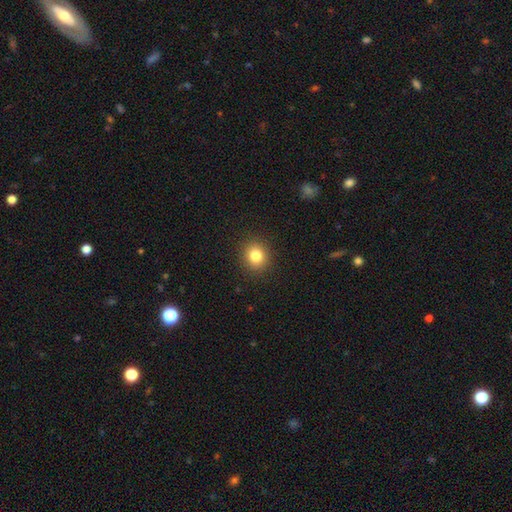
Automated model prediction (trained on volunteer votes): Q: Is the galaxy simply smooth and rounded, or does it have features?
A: smooth — 82%.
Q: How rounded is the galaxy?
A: round — 83%.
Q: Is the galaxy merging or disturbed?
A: none — 91%.